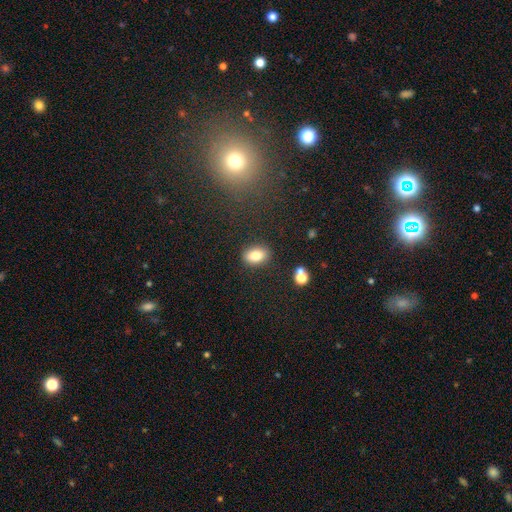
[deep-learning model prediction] Overall: smooth (81%). How rounded: in between (78%). Merging: none (86%).